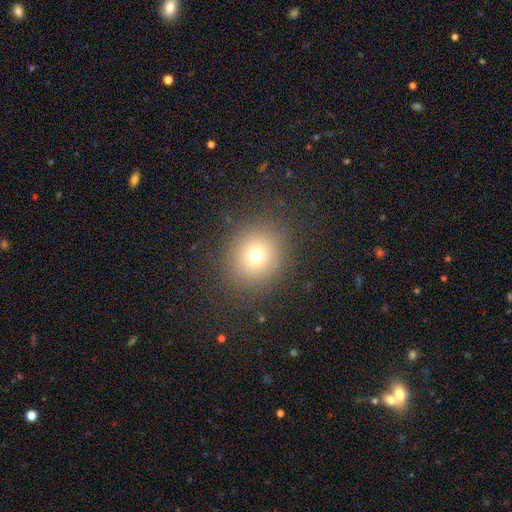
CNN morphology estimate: A smooth galaxy with no disk features (71%) that is round (81%). Merging: none (87%).